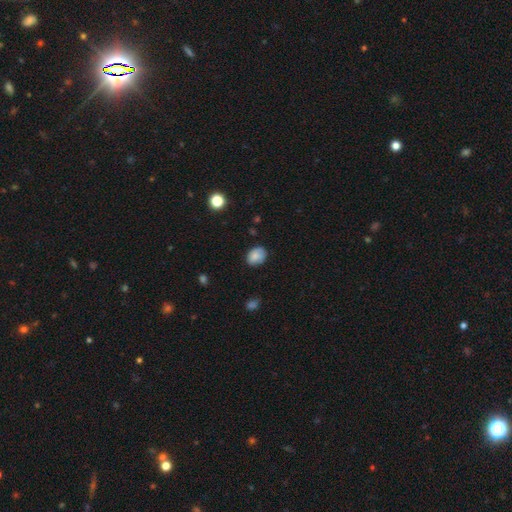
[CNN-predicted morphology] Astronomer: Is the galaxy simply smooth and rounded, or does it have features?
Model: smooth — 80%.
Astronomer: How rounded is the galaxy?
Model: in between — 58% (runner-up: round, 42%).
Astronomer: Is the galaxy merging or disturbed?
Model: none — 73%.